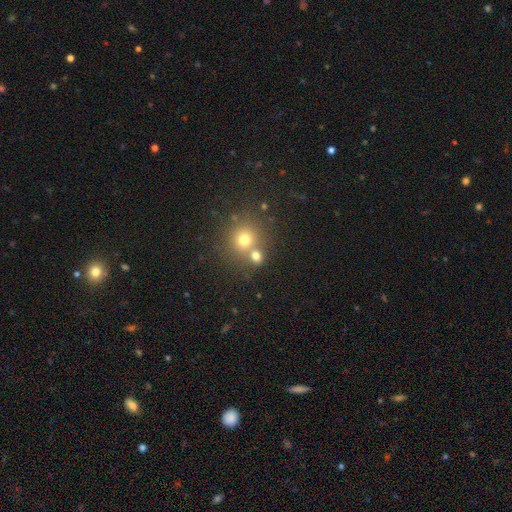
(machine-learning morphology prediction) Smooth or featured? smooth (72%)
How rounded? round (80%)
Merging? none (54%)